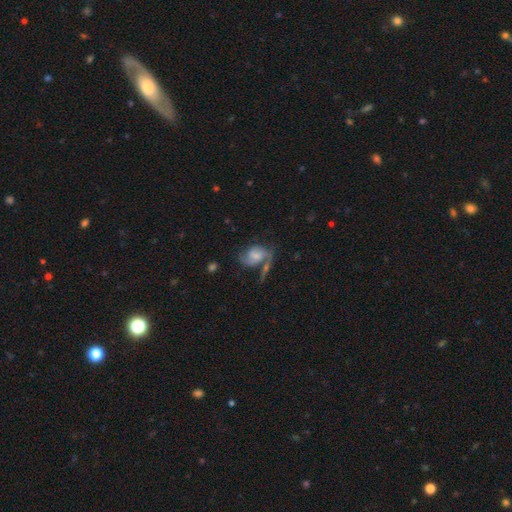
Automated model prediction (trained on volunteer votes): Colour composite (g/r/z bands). It shows a featured or disk galaxy (59%) with no bar (61%), spiral arms (84%) and a small central bulge (37%). Merging: none (35%).